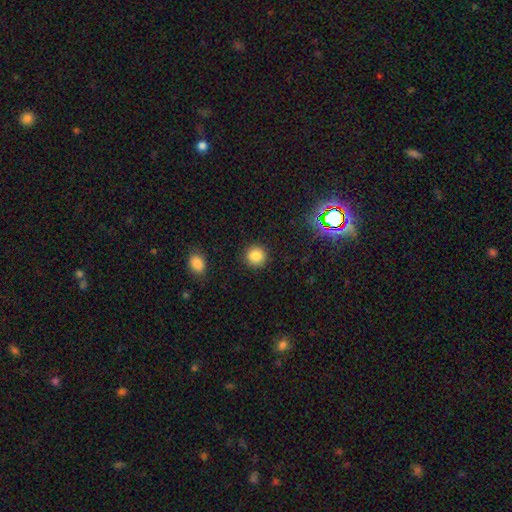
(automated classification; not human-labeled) A smooth galaxy with no disk features (84%) that is round (92%). Merging: none (90%).